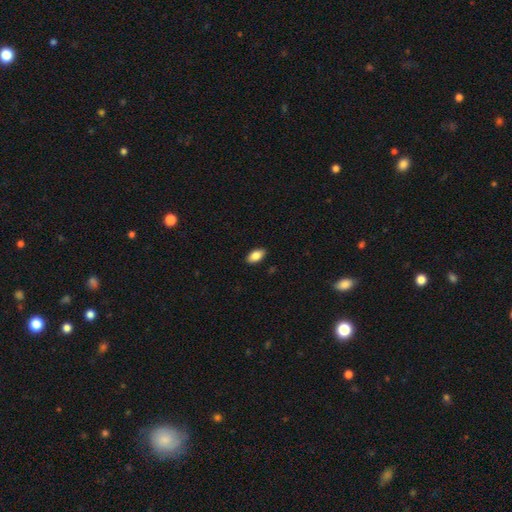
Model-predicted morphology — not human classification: Overall: smooth (86%). How rounded: in between (93%). Merging: none (89%).